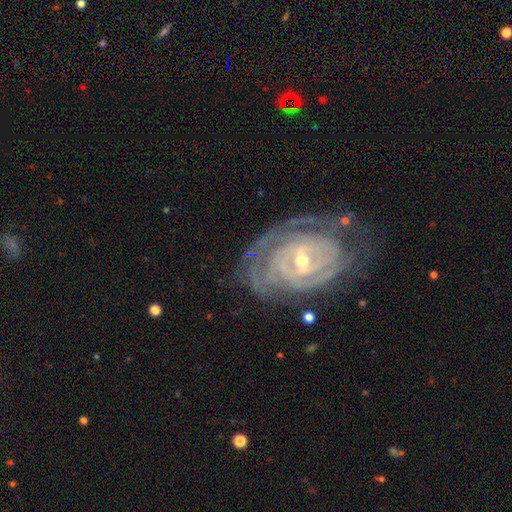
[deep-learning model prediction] Overall: featured or disk (86%). Edge-on disk: no (96%). Bar: weak (42%; no 36%). Spiral arms: yes (92%). Spiral arm count: can't tell (42%; 2 23%). Spiral winding: tight (78%). Bulge size: small (62%; moderate 34%). Merging: none (65%).